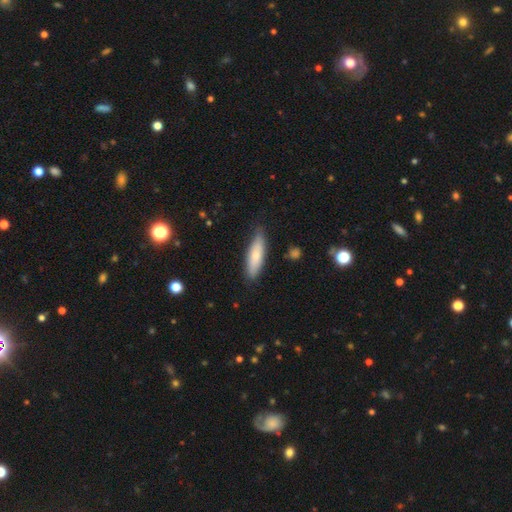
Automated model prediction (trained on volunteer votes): This appears to be a smooth galaxy with no disk features (69%) that is cigar-shaped (55%). Merging: none (79%).